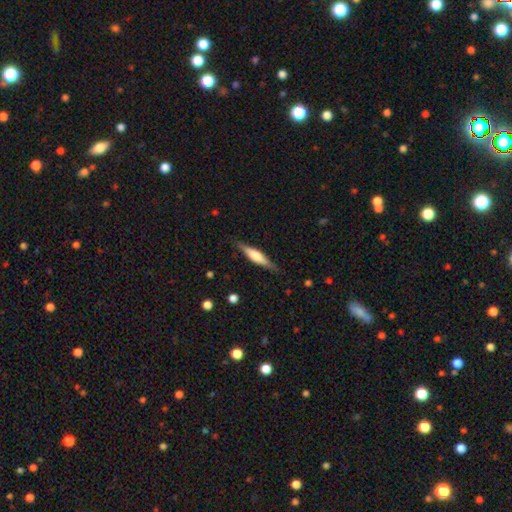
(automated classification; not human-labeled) Morphology: type=featured or disk (51%); edge-on=yes (95%); merging=none (85%).